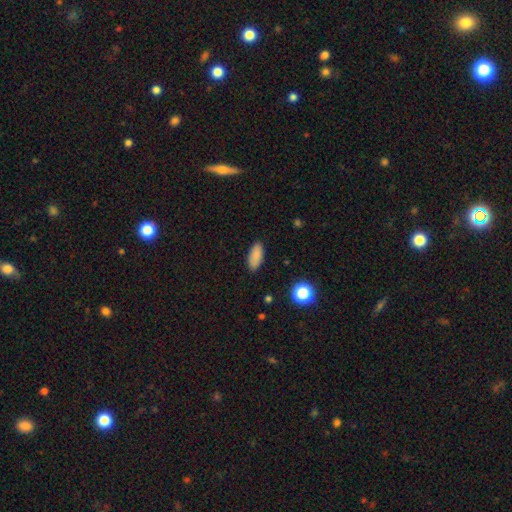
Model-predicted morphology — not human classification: This is clearly a smooth galaxy (86%). How rounded: clearly in between (84%). Merging: clearly none (87%).